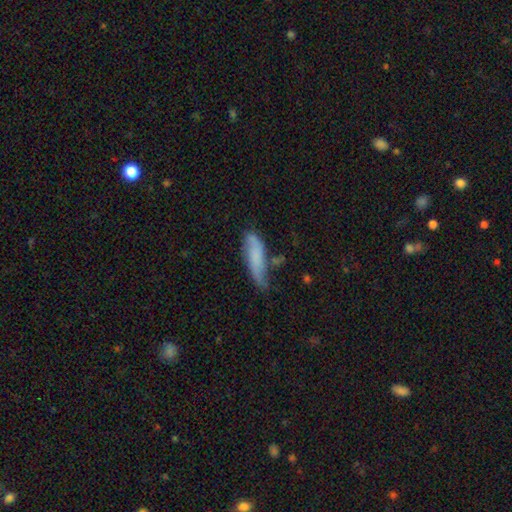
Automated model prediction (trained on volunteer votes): Morphology: type=smooth (64%); roundness=cigar-shaped (64%); merging=none (46%).